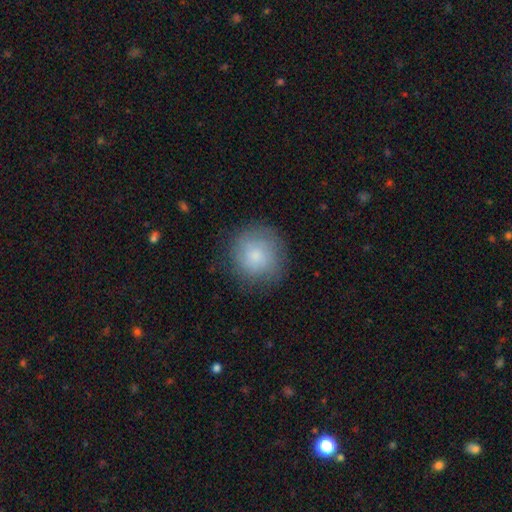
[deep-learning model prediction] This is likely a smooth galaxy (76%). How rounded: clearly round (92%). Merging: likely none (79%).